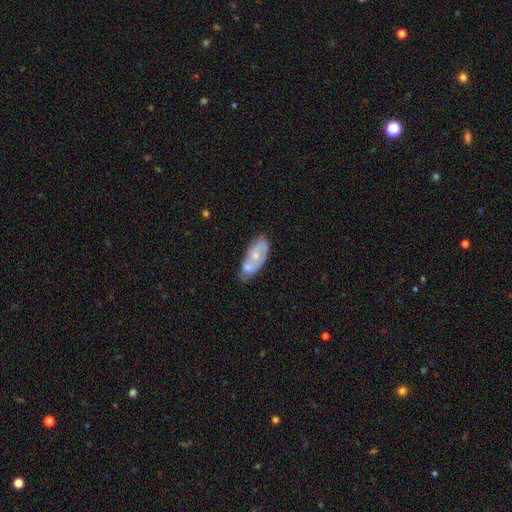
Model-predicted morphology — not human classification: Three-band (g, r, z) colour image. It shows a featured or disk galaxy (51%). Merging: none (36%).